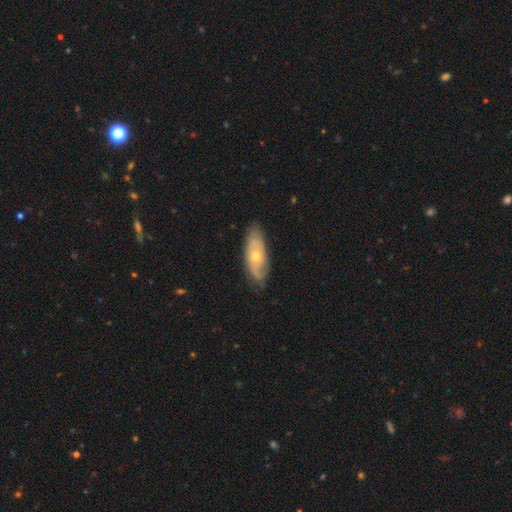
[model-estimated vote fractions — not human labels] A featured or disk galaxy (59%).

Vote fractions:
- Smooth or featured? featured or disk: 59% / smooth: 35% / star or artifact: 6%
- Edge-on disk? no: 83% / yes: 17%
- Merging? none: 73% / minor disturbance: 21% / major disturbance: 5% / merger: 1%